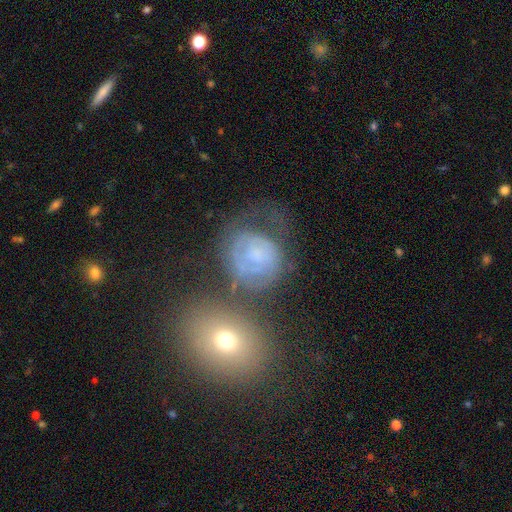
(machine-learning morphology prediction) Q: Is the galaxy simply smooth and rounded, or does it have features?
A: featured or disk — 55%.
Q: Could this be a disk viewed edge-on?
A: no — 97%.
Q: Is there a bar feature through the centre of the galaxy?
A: no — 76%.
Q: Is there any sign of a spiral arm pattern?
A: yes — 62%.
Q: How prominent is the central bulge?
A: small — 47%.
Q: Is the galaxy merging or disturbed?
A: none — 39%.